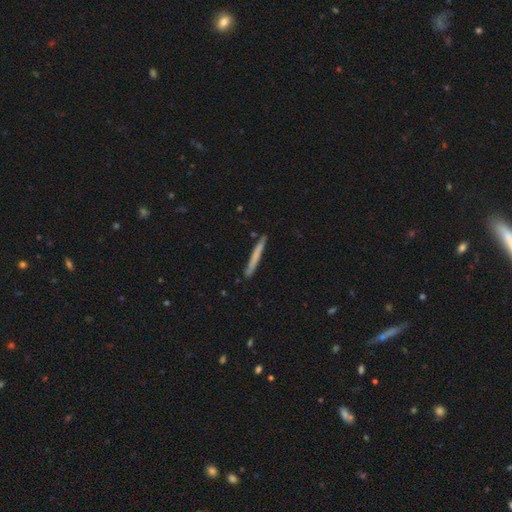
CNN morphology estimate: smooth 62%, featured or disk 33%, star or artifact 6%. Down the decision tree: how rounded — cigar-shaped (97%); merging — none (88%).